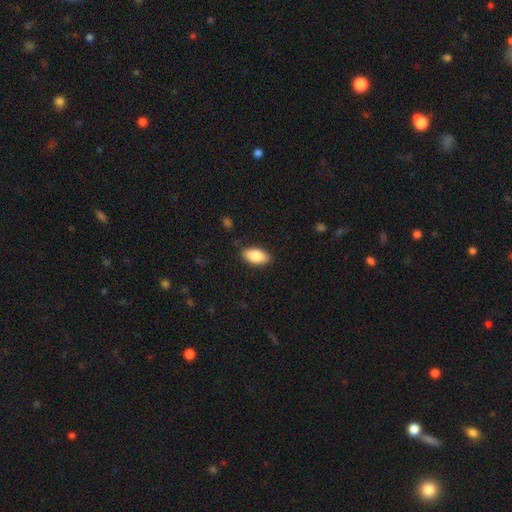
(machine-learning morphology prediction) Q: Smooth or featured?
A: smooth (86%); runner-up: featured or disk (8%)
Q: How rounded?
A: in between (92%); runner-up: cigar-shaped (5%)
Q: Merging?
A: none (82%); runner-up: minor disturbance (14%)